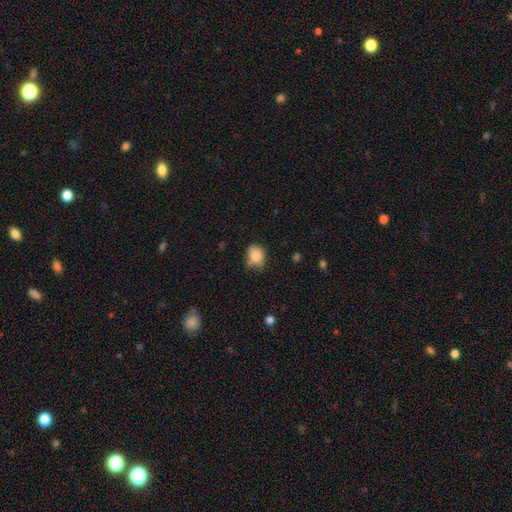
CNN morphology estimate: type=smooth (85%); roundness=round (52%); merging=none (62%).